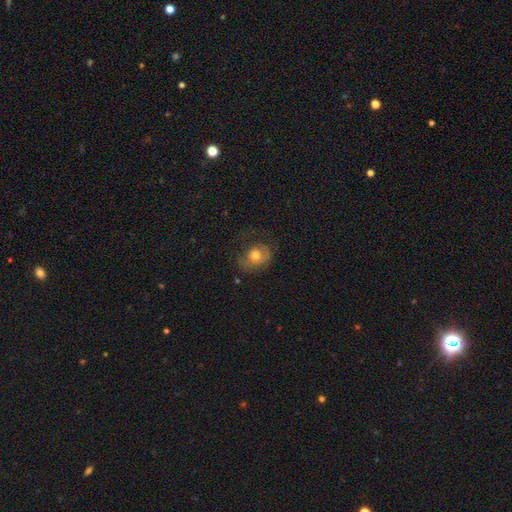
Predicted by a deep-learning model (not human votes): Smooth or featured?
  - smooth: 57% *
  - featured or disk: 34%
  - star or artifact: 9%
How rounded?
  - round: 61% *
  - in between: 38%
  - cigar-shaped: 1%
Merging?
  - none: 52% *
  - minor disturbance: 25%
  - major disturbance: 22%
  - merger: 2%